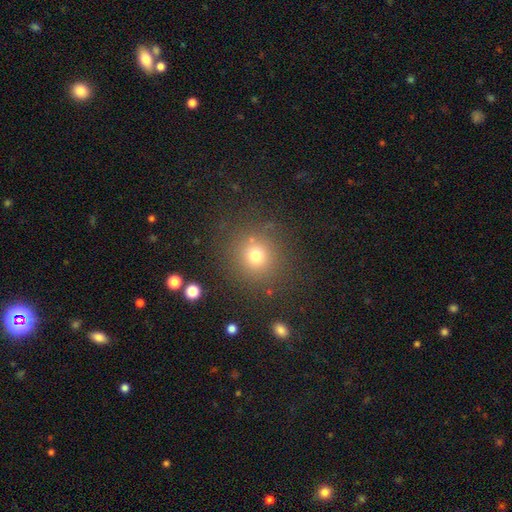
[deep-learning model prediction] Smooth or featured: smooth — 73% (star or artifact — 18%)
How rounded: round — 90% (in between — 9%)
Merging: none — 83% (minor disturbance — 9%)